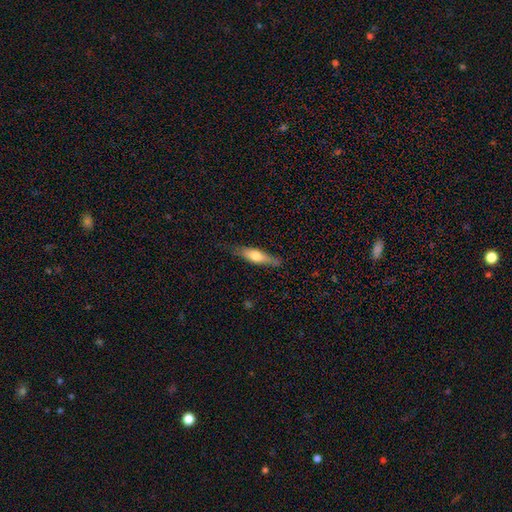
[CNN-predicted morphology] smooth_or_featured: smooth (p=0.57) [alt: featured or disk p=0.38]
how_rounded: cigar-shaped (p=0.67) [alt: in between p=0.31]
merging: none (p=0.75) [alt: minor disturbance p=0.19]